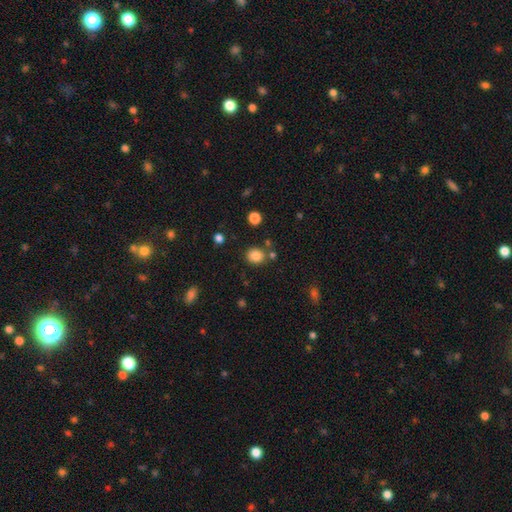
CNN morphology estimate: type=smooth (84%); roundness=round (73%); merging=none (78%).